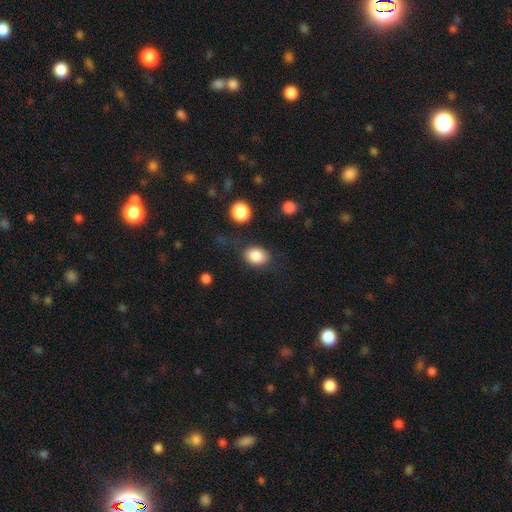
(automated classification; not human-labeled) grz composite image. It shows a smooth galaxy with no disk features (85%) that is in between round and cigar-shaped (66%). Merging: none (75%).